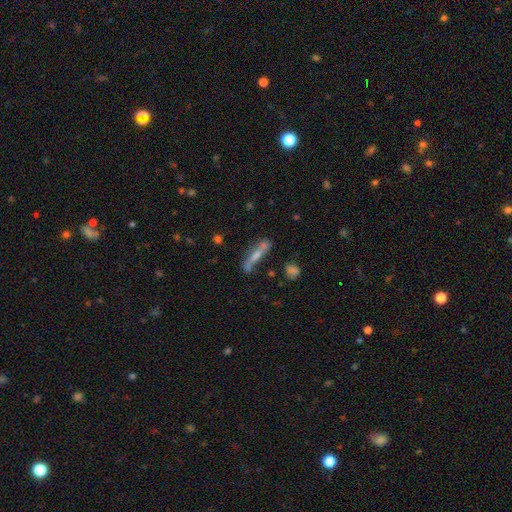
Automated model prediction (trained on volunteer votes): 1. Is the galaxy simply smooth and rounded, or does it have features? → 51% featured or disk, 39% smooth, 10% star or artifact.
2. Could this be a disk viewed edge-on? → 73% yes, 27% no.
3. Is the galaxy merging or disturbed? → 58% none, 22% minor disturbance, 10% merger, 10% major disturbance.